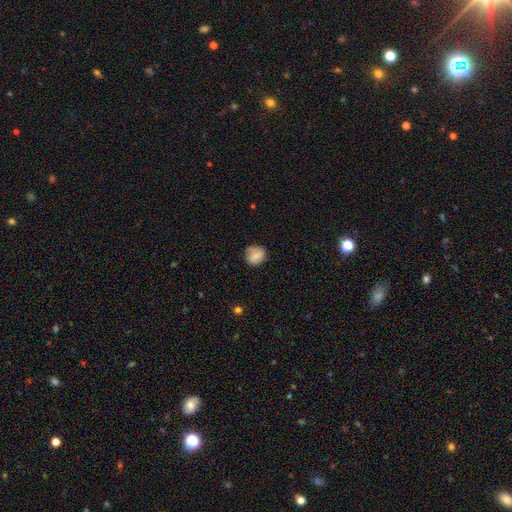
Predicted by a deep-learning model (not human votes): Smooth or featured: smooth — 72% (featured or disk — 20%)
How rounded: round — 81% (in between — 18%)
Merging: none — 69% (minor disturbance — 24%)